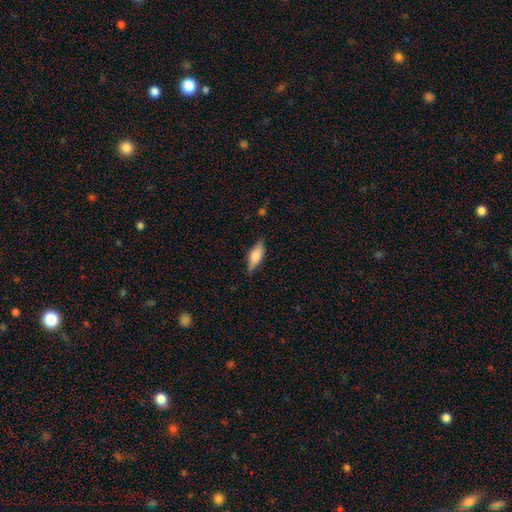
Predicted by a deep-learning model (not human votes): Smooth or featured? smooth (64%)
How rounded? in between (70%)
Merging? none (78%)